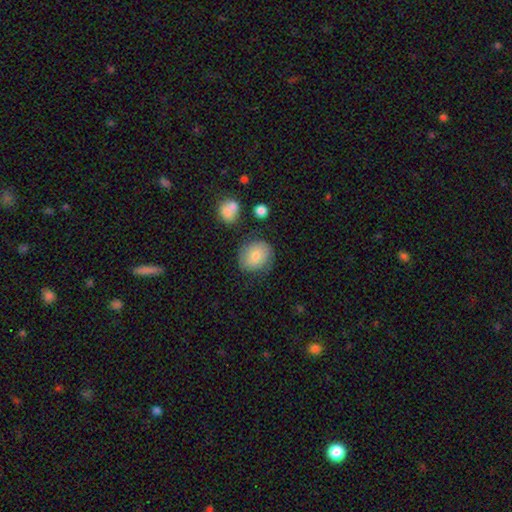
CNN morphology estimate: The model was most divided on "how rounded": round: 68%, in between: 31%, cigar-shaped: 1%. More confident: merging — none (74%); smooth or featured — smooth (72%).